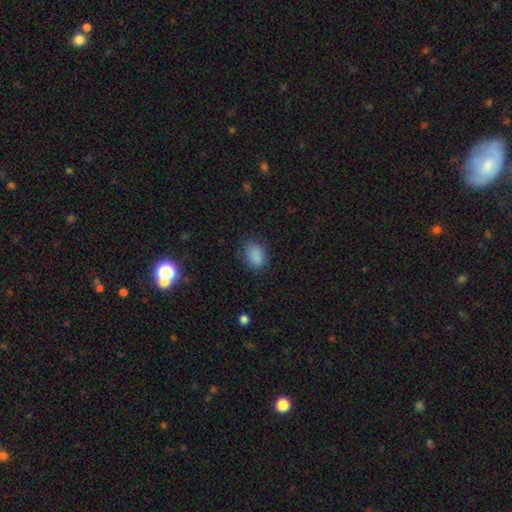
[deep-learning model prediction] The model was most divided on "how rounded": in between: 79%, round: 20%, cigar-shaped: 1%. More confident: smooth or featured — smooth (86%); merging — none (79%).